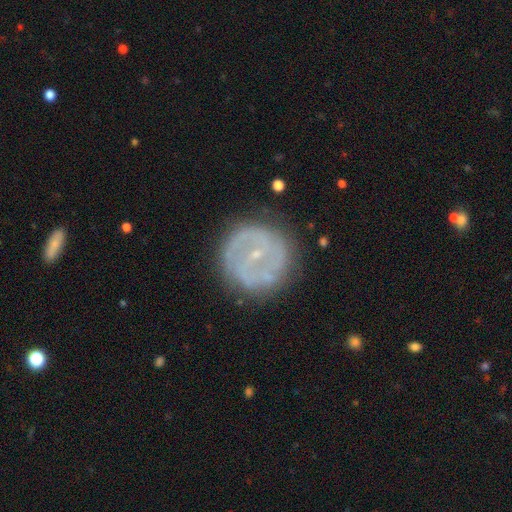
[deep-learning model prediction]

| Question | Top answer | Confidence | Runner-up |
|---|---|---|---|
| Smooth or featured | featured or disk | 70% | smooth (22%) |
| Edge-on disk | no | 97% | yes (3%) |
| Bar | weak | 41% | tied: no (41%) |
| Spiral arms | yes | 68% | no (32%) |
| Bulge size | small | 84% | moderate (11%) |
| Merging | none | 79% | minor disturbance (13%) |